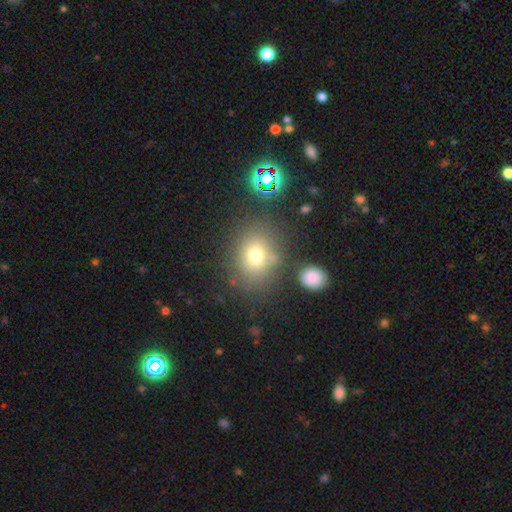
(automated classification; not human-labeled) smooth 72%, star or artifact 16%, featured or disk 12%. Down the decision tree: how rounded — round (55%); merging — none (73%).